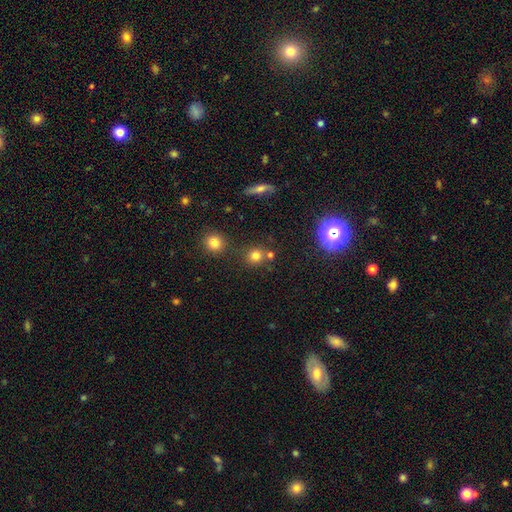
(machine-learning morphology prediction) Smooth or featured? Predicted: smooth (p=0.75). How rounded? Predicted: round (p=0.88). Merging? Predicted: none (p=0.72).